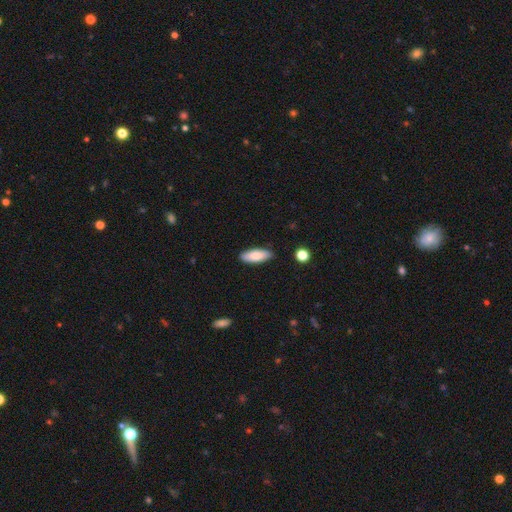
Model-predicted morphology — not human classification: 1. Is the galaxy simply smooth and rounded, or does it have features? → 82% smooth, 12% featured or disk, 6% star or artifact.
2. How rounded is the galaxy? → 72% in between, 26% cigar-shaped, 2% round.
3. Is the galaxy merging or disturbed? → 87% none, 10% minor disturbance, 2% major disturbance, 1% merger.